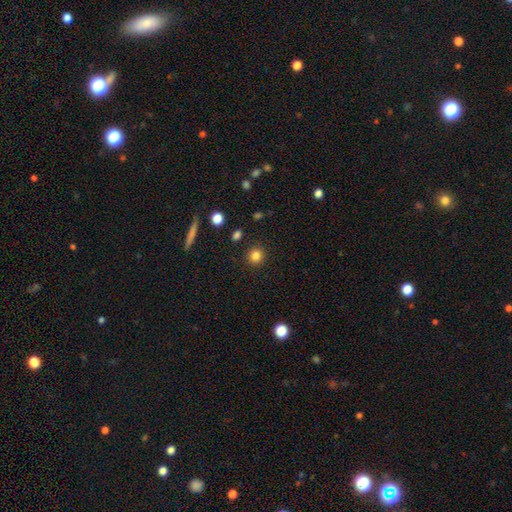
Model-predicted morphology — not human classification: Overall: smooth (83%). How rounded: round (92%). Merging: none (90%).